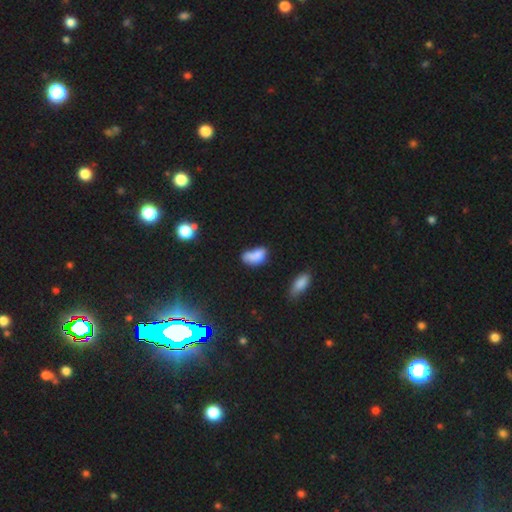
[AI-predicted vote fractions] Q: Smooth or featured?
A: smooth (73%); runner-up: featured or disk (15%)
Q: How rounded?
A: in between (87%); runner-up: round (9%)
Q: Merging?
A: none (29%); runner-up: merger (27%)